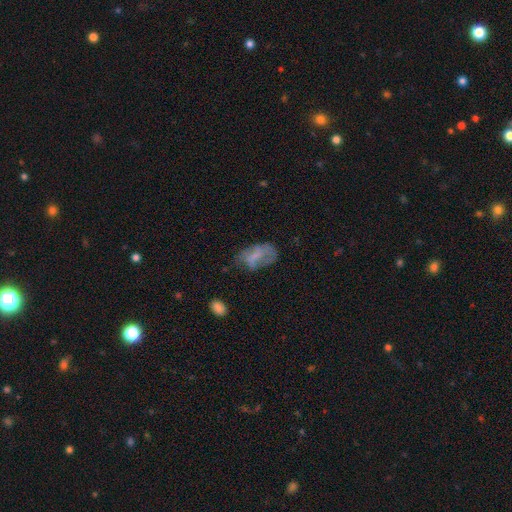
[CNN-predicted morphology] This appears to be a smooth galaxy with no disk features (53%) that is in between round and cigar-shaped (90%). Merging: none (39%).